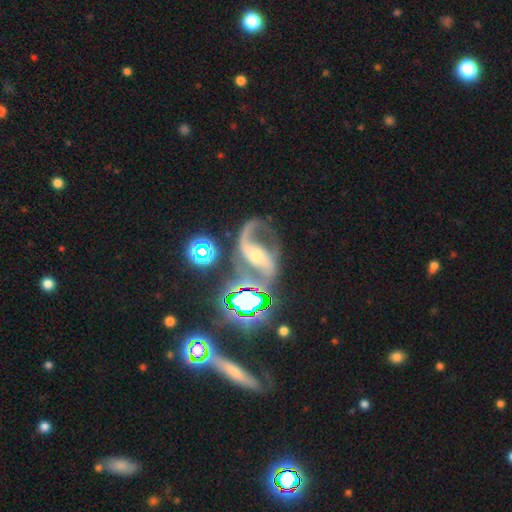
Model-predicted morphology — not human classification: This appears to be a featured or disk galaxy (84%) with a strong bar (48%), 2 (87%) loose (60%) spiral arms (95%) and a moderate central bulge (54%). Merging: none (53%).